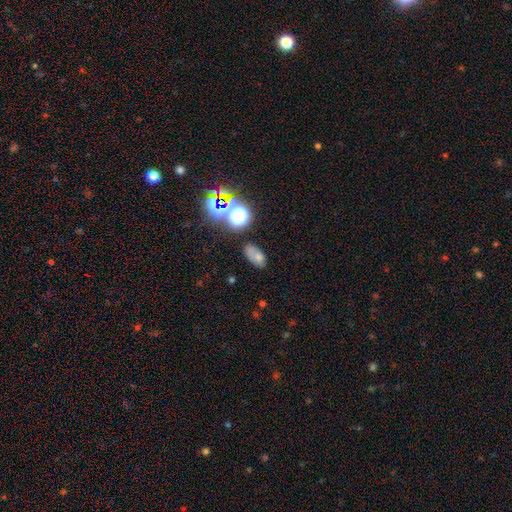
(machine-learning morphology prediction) The model was most divided on "merging": none: 63%, minor disturbance: 20%, major disturbance: 9%, merger: 8%. More confident: how rounded — in between (87%); smooth or featured — smooth (67%).